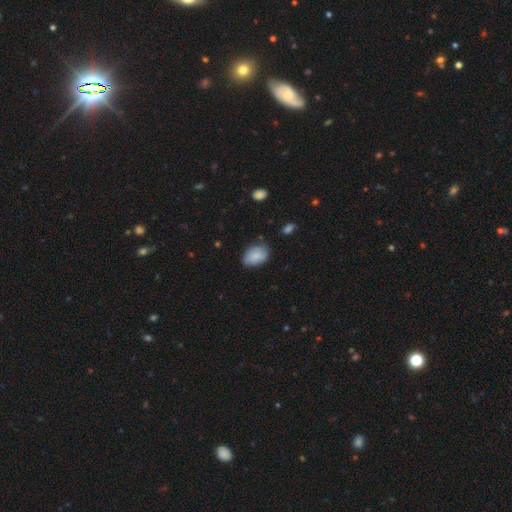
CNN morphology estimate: smooth-or-featured: smooth: 78% | featured or disk: 15% | star or artifact: 7%
  how-rounded: in between: 84% | round: 15% | cigar-shaped: 1%
  merging: none: 71% | minor disturbance: 23% | major disturbance: 4% | merger: 2%